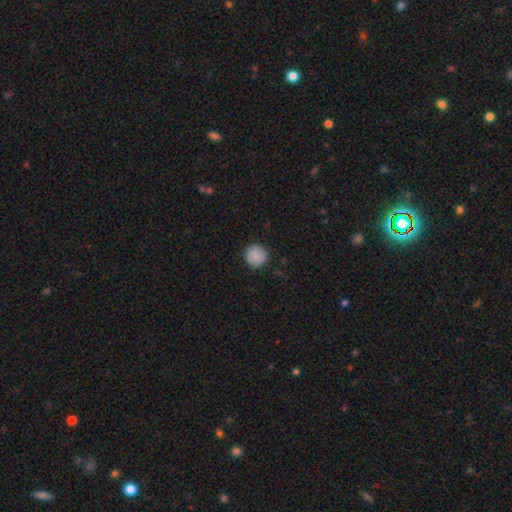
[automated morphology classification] smooth 86%, star or artifact 8%, featured or disk 6%. Down the decision tree: how rounded — round (94%); merging — none (89%).